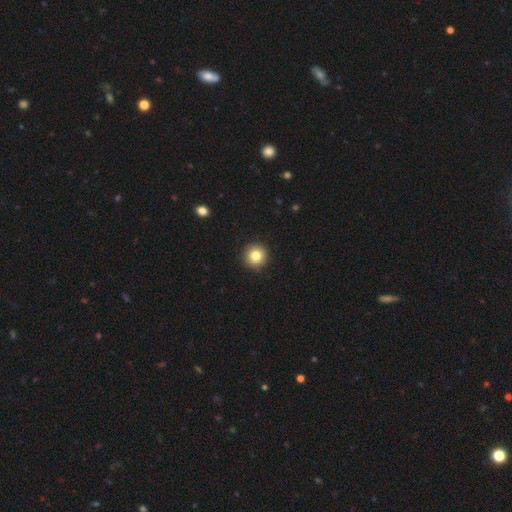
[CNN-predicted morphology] A smooth galaxy with no disk features (82%) that is round (95%). Merging: none (92%).